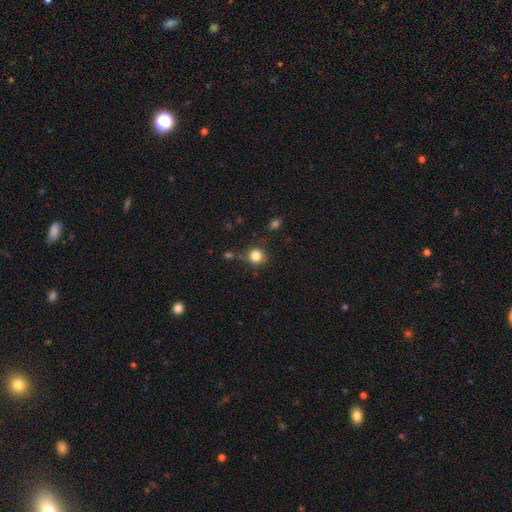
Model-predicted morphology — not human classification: The model was most divided on "merging": none: 72%, minor disturbance: 15%, merger: 7%, major disturbance: 5%. More confident: how rounded — round (90%); smooth or featured — smooth (83%).